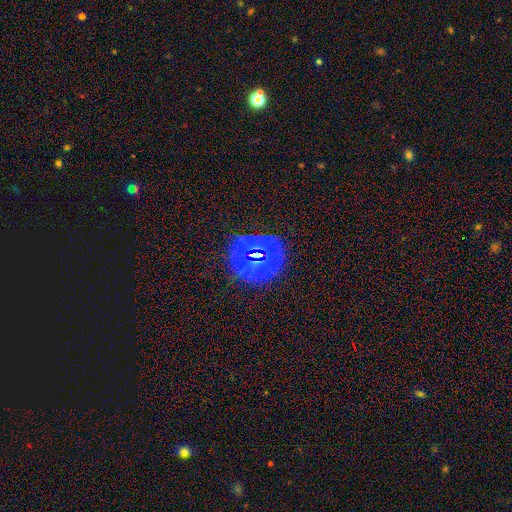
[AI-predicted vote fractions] Q: Smooth or featured?
A: star or artifact (75%); runner-up: smooth (15%)